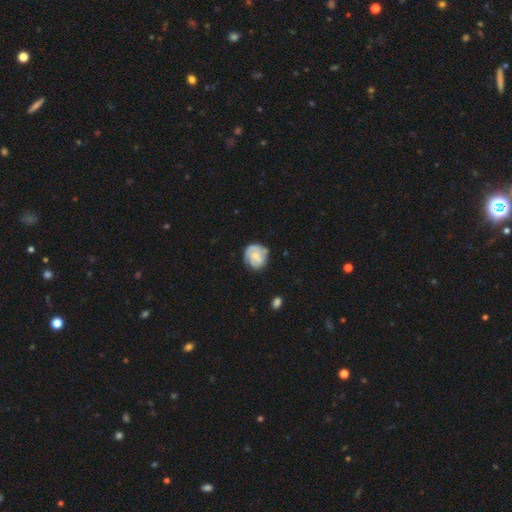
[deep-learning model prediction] Morphology: type=featured or disk (60%); edge-on=no (98%); bar=no (64%); spiral arms=yes (83%); bulge=small (51%); merging=none (67%).